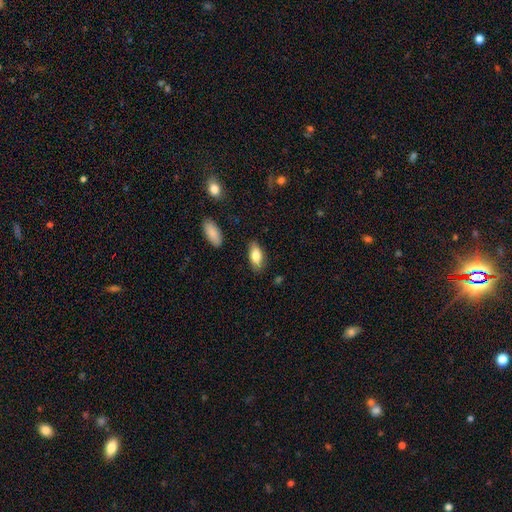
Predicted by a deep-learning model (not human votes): smooth_or_featured: smooth (p=0.81) [alt: featured or disk p=0.12]
how_rounded: in between (p=0.86) [alt: cigar-shaped p=0.11]
merging: none (p=0.84) [alt: minor disturbance p=0.12]